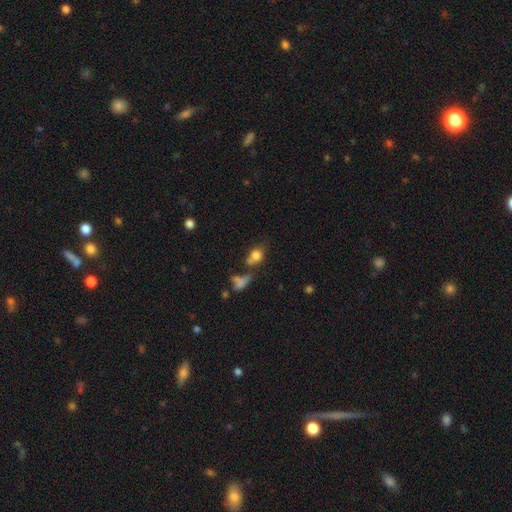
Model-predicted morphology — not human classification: The model was most divided on "how rounded": round: 51%, in between: 46%, cigar-shaped: 3%. Remaining: smooth or featured — smooth (77%); merging — none (43%).